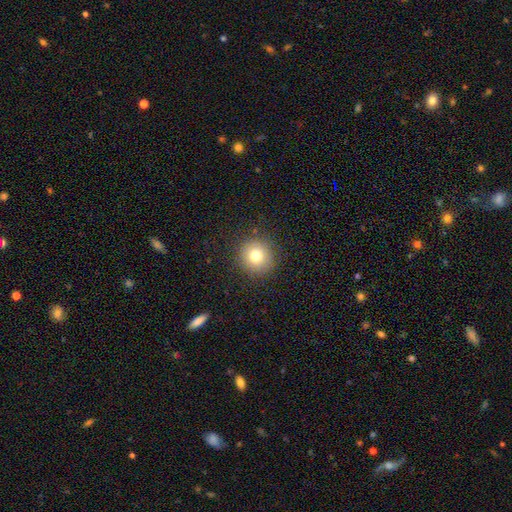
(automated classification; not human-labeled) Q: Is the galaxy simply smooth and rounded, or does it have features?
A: smooth — 77%.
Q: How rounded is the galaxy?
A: round — 91%.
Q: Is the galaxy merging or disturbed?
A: none — 88%.